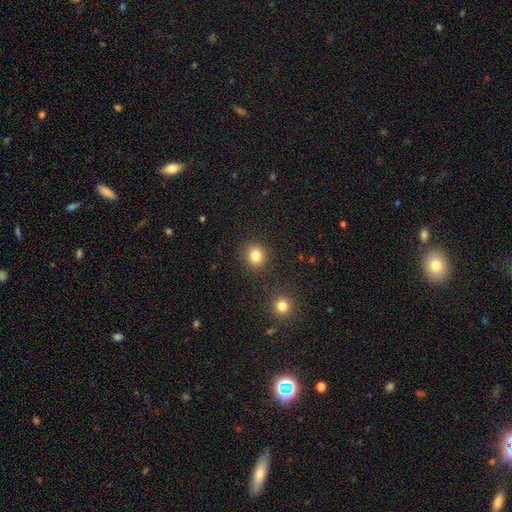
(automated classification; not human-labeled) A smooth galaxy with no disk features (82%) that is round (81%). Merging: none (87%).